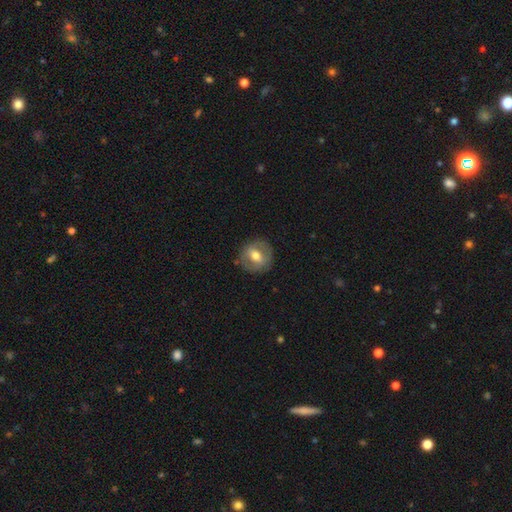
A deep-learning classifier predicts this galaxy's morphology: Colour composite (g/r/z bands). It shows a smooth galaxy with no disk features (49%). Merging: none (82%).